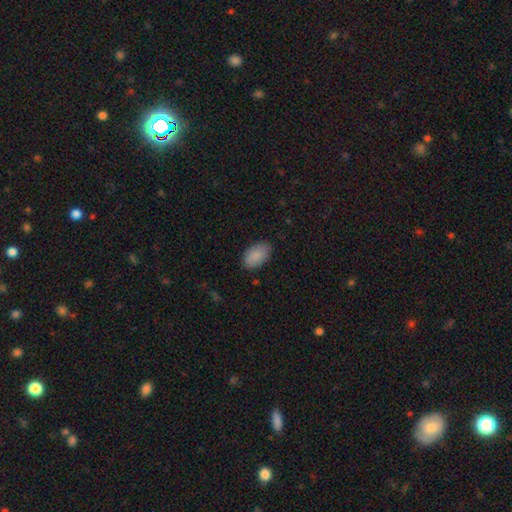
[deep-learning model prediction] smooth_or_featured: smooth (p=0.89) [alt: star or artifact p=0.06]
how_rounded: in between (p=0.93) [alt: round p=0.05]
merging: none (p=0.84) [alt: minor disturbance p=0.12]